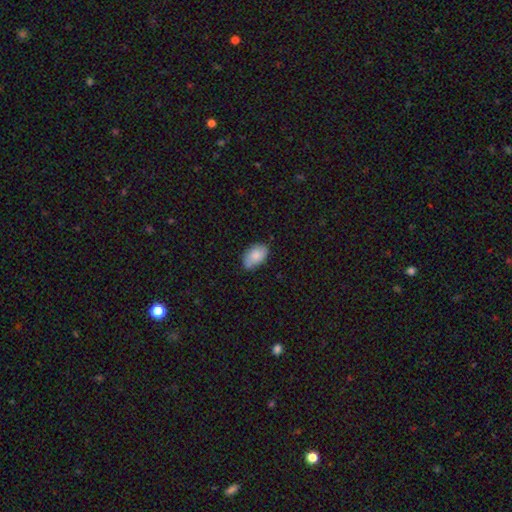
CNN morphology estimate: Q: Smooth or featured?
A: smooth (81%); runner-up: featured or disk (12%)
Q: How rounded?
A: in between (92%); runner-up: round (7%)
Q: Merging?
A: none (70%); runner-up: minor disturbance (23%)